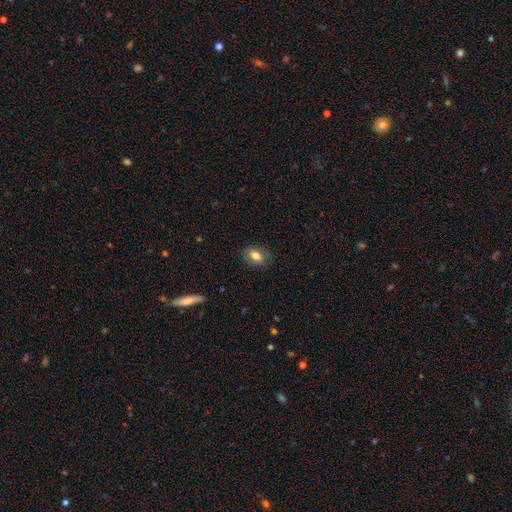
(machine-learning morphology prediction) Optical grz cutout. It shows a smooth galaxy with no disk features (72%) that is in between round and cigar-shaped (79%). Merging: none (82%).